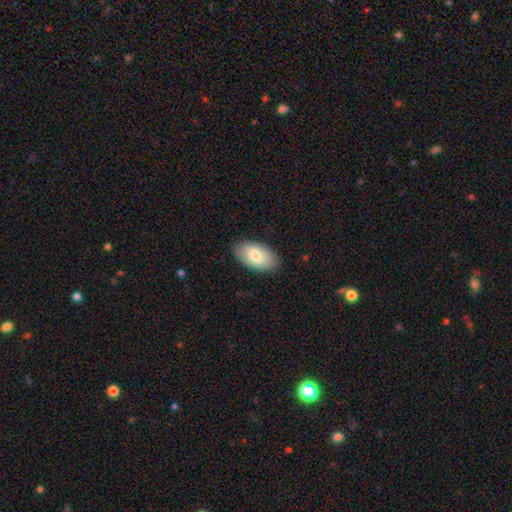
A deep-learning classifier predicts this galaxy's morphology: type=smooth (75%); roundness=in between (95%); merging=none (85%).